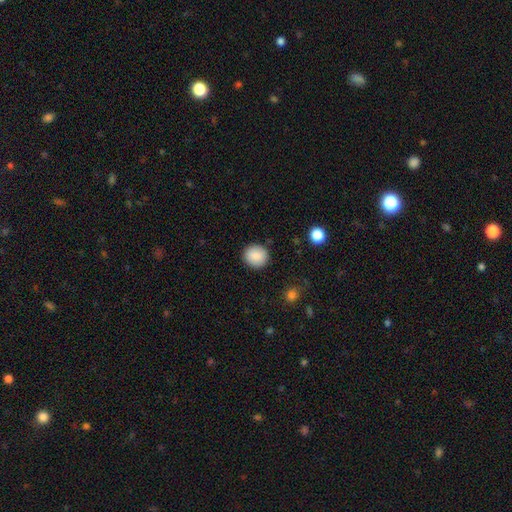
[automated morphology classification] The model was most divided on "how rounded": round: 89%, in between: 10%, cigar-shaped: 1%. More confident: merging — none (90%); smooth or featured — smooth (87%).